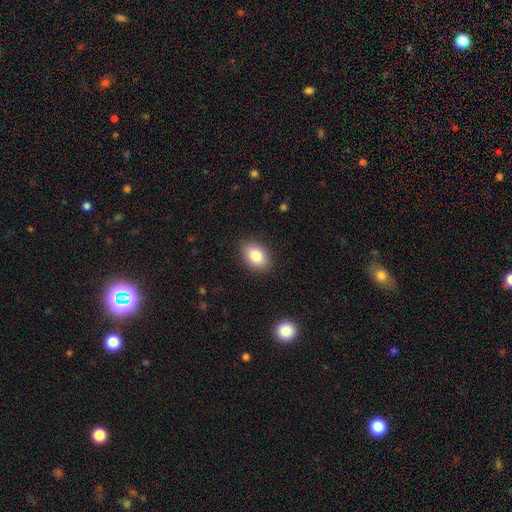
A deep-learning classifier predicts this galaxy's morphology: This is clearly a smooth galaxy (84%). How rounded: clearly in between (84%). Merging: clearly none (87%).